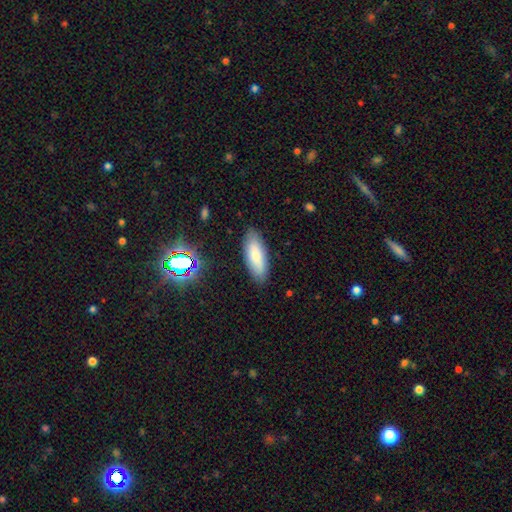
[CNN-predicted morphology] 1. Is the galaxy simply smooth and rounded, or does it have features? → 76% smooth, 16% featured or disk, 8% star or artifact.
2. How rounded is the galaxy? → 73% in between, 25% cigar-shaped, 2% round.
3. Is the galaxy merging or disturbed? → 85% none, 11% minor disturbance, 2% major disturbance, 1% merger.